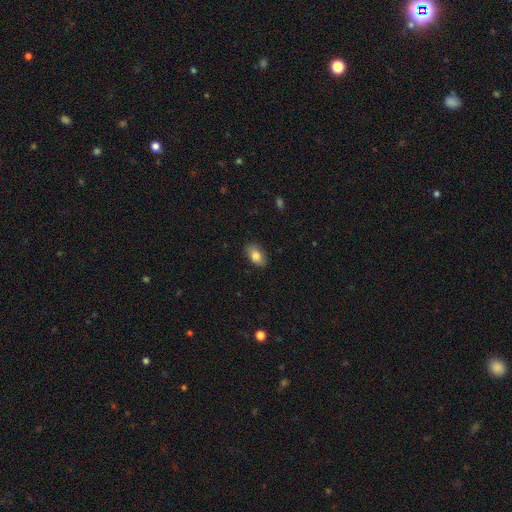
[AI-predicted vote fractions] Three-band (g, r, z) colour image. It shows a smooth galaxy with no disk features (84%) that is in between round and cigar-shaped (92%). Merging: none (87%).